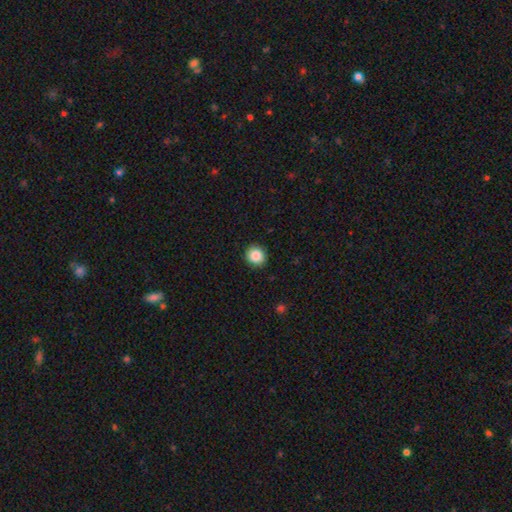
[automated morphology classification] type=smooth (87%); roundness=round (88%); merging=none (90%).